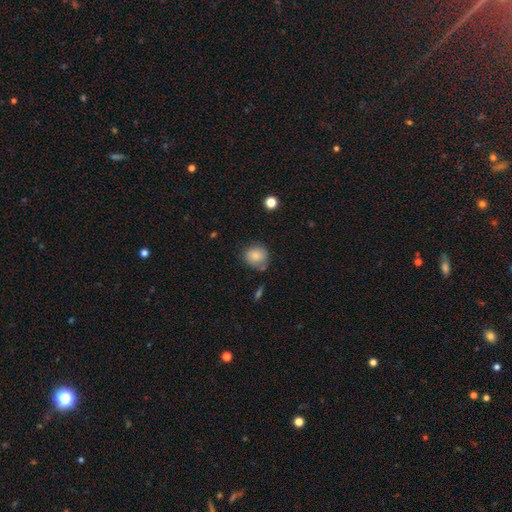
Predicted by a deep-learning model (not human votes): Smooth or featured? Predicted: smooth (p=0.82). How rounded? Predicted: round (p=0.80). Merging? Predicted: none (p=0.69).